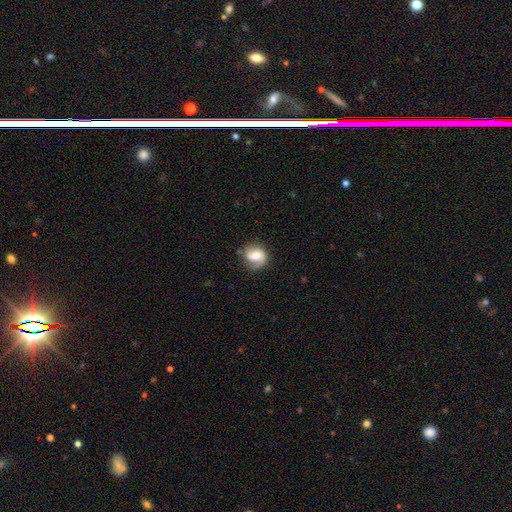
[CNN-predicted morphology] A featured or disk galaxy (57%) with no bar (47%), 2 (77%) medium (41%) spiral arms (90%) and a moderate central bulge (59%). Merging: none (75%).